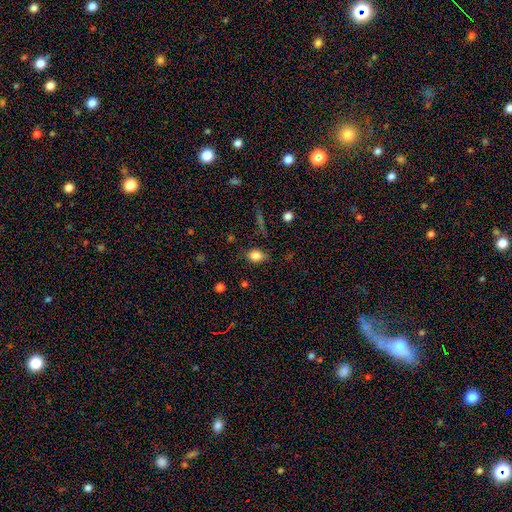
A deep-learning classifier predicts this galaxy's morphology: smooth-or-featured: smooth: 82% | star or artifact: 11% | featured or disk: 7%
  how-rounded: in between: 74% | round: 24% | cigar-shaped: 2%
  merging: none: 81% | minor disturbance: 14% | major disturbance: 4% | merger: 2%